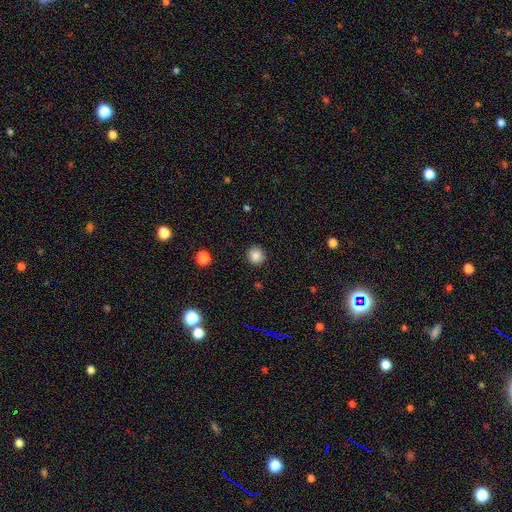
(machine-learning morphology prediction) Smooth or featured: smooth — 86% (star or artifact — 11%)
How rounded: round — 92% (in between — 7%)
Merging: none — 91% (minor disturbance — 6%)